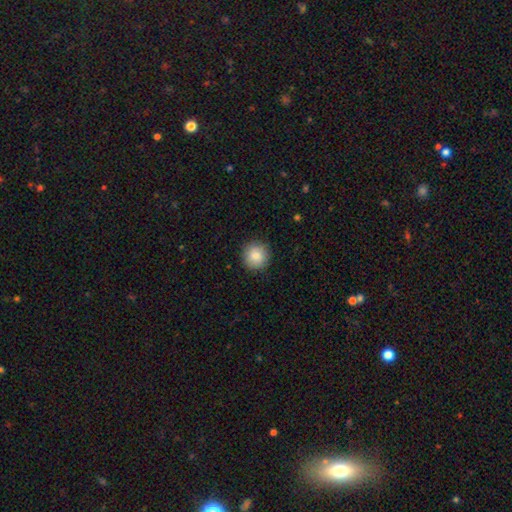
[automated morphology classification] smooth-or-featured: smooth: 82% | star or artifact: 9% | featured or disk: 9%
  how-rounded: round: 94% | in between: 5% | cigar-shaped: 1%
  merging: none: 90% | minor disturbance: 7% | major disturbance: 2% | merger: 1%